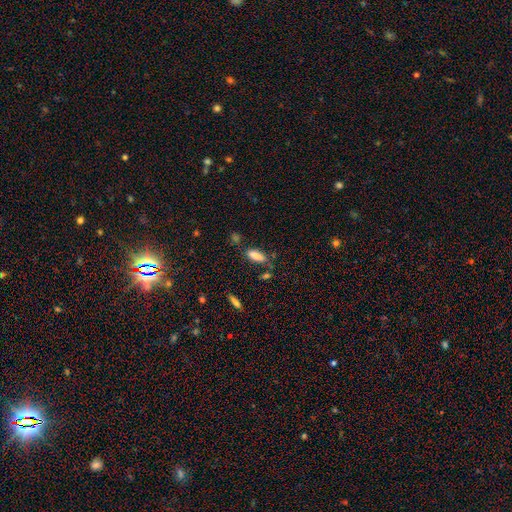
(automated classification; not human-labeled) Q: Smooth or featured?
A: smooth (80%); runner-up: featured or disk (11%)
Q: How rounded?
A: in between (68%); runner-up: cigar-shaped (30%)
Q: Merging?
A: none (66%); runner-up: minor disturbance (20%)